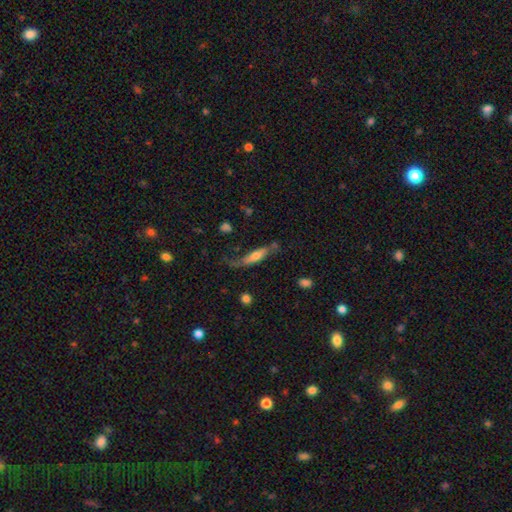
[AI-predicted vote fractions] Overall: smooth (50%; featured or disk 43%). How rounded: cigar-shaped (70%). Merging: none (43%; minor disturbance 28%).